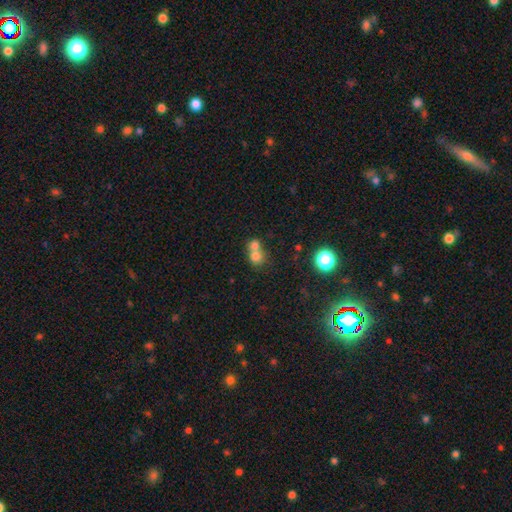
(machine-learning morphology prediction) Overall: smooth (73%). How rounded: round (78%). Merging: merger (62%; none 30%).